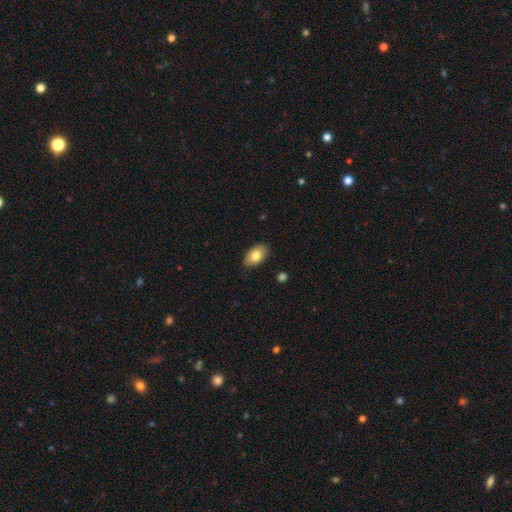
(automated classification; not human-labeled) This is clearly a smooth galaxy (80%). How rounded: clearly in between (92%). Merging: clearly none (86%).